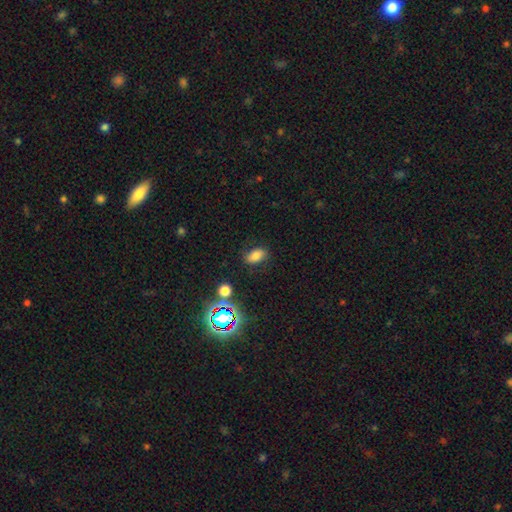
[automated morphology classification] Q: Smooth or featured?
A: smooth (73%); runner-up: star or artifact (17%)
Q: How rounded?
A: in between (86%); runner-up: round (11%)
Q: Merging?
A: none (81%); runner-up: minor disturbance (13%)